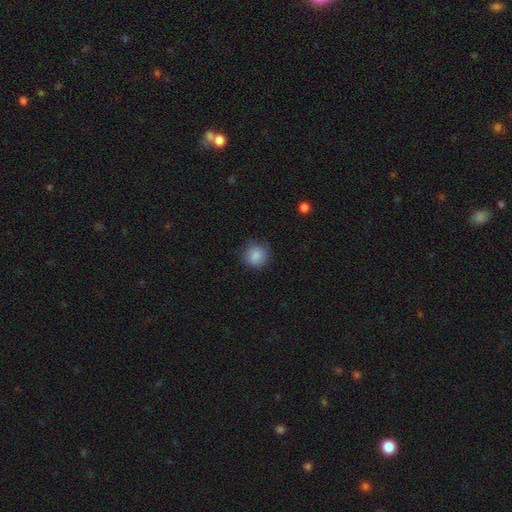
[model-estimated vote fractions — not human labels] Smooth or featured? smooth (87%)
How rounded? round (91%)
Merging? none (83%)